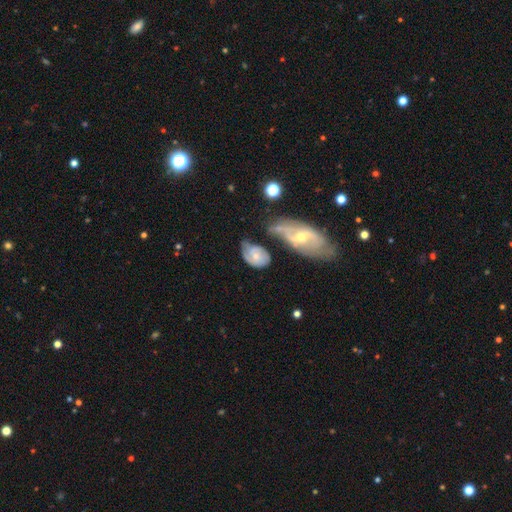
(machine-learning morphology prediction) Smooth or featured: featured or disk — 56% (smooth — 37%)
Edge-on disk: no — 94% (yes — 6%)
Bar: no — 67% (weak — 26%)
Spiral arms: yes — 75% (no — 25%)
Bulge size: small — 55% (moderate — 39%)
Merging: none — 35% (minor disturbance — 26%)